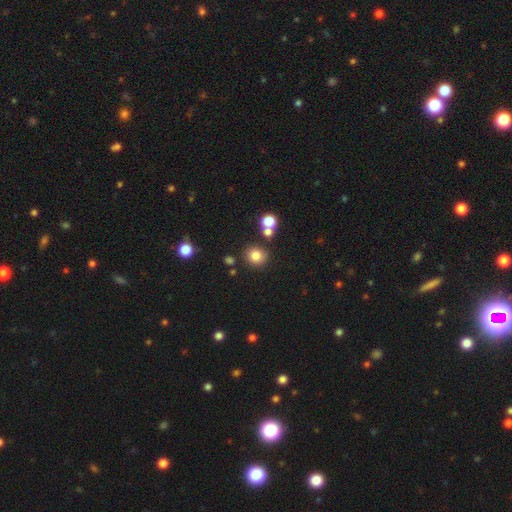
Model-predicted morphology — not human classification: This appears to be a smooth galaxy with no disk features (80%) that is round (87%). Merging: none (80%).